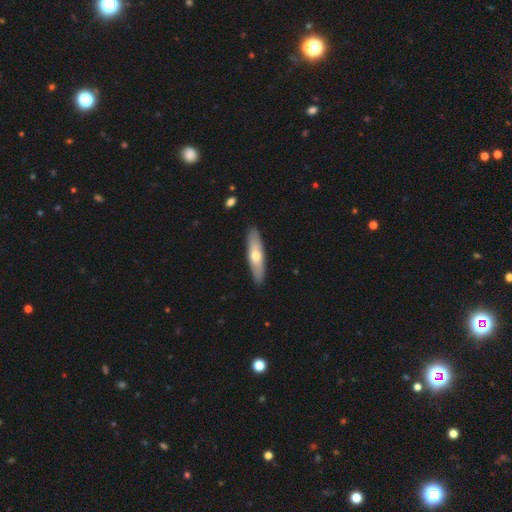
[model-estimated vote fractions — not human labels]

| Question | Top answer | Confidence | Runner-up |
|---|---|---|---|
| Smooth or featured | smooth | 55% | featured or disk (40%) |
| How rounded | cigar-shaped | 69% | in between (30%) |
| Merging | none | 90% | minor disturbance (8%) |